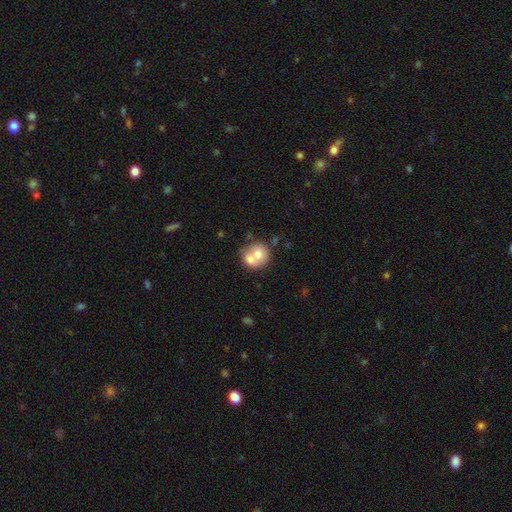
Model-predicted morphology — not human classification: Smooth or featured? smooth (65%)
How rounded? round (79%)
Merging? merger (62%)